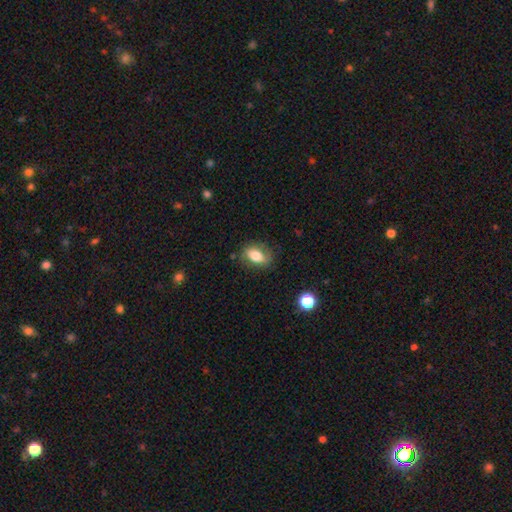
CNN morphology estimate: Smooth or featured? smooth (61%)
How rounded? in between (80%)
Merging? none (74%)